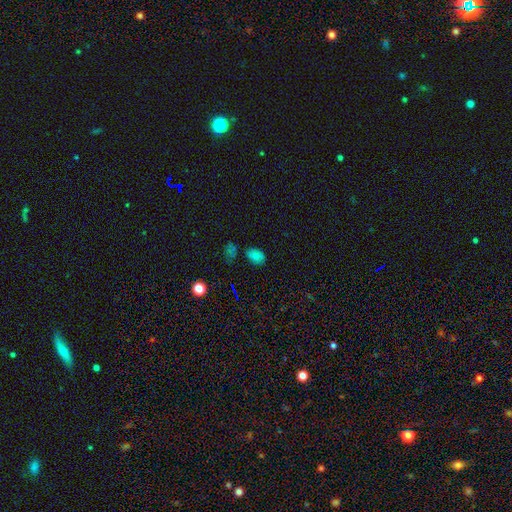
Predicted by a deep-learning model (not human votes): A smooth galaxy with no disk features (71%) that is in between round and cigar-shaped (83%).

Vote fractions:
- Smooth or featured? smooth: 71% / star or artifact: 21% / featured or disk: 7%
- How rounded? in between: 83% / round: 15% / cigar-shaped: 2%
- Merging? none: 71% / minor disturbance: 17% / merger: 7% / major disturbance: 5%